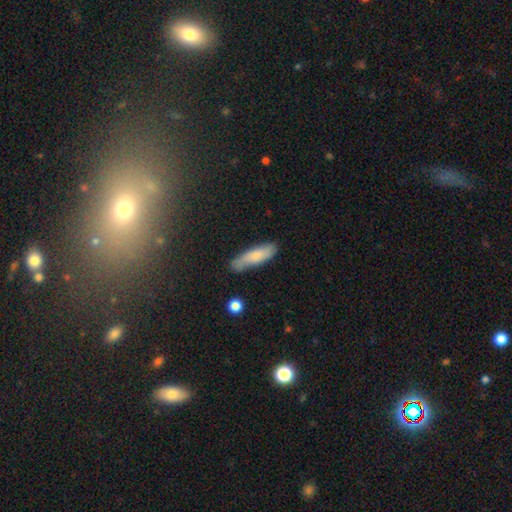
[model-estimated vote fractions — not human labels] Smooth or featured? Predicted: smooth (p=0.74). How rounded? Predicted: cigar-shaped (p=0.60). Merging? Predicted: none (p=0.69).